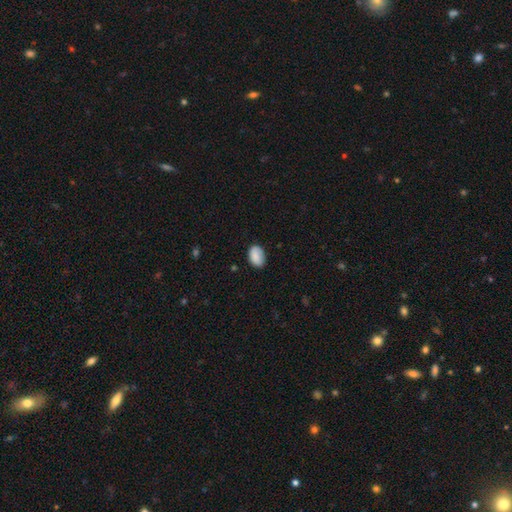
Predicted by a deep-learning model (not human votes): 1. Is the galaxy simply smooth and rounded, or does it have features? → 87% smooth, 7% star or artifact, 6% featured or disk.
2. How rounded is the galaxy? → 86% in between, 13% round, 1% cigar-shaped.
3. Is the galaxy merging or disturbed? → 78% none, 18% minor disturbance, 3% major disturbance, 1% merger.